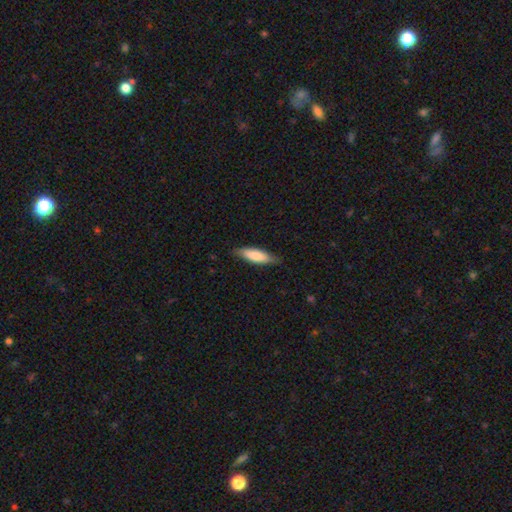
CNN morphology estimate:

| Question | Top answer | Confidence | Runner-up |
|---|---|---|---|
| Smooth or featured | smooth | 78% | featured or disk (17%) |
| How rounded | cigar-shaped | 58% | in between (40%) |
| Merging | none | 81% | minor disturbance (15%) |